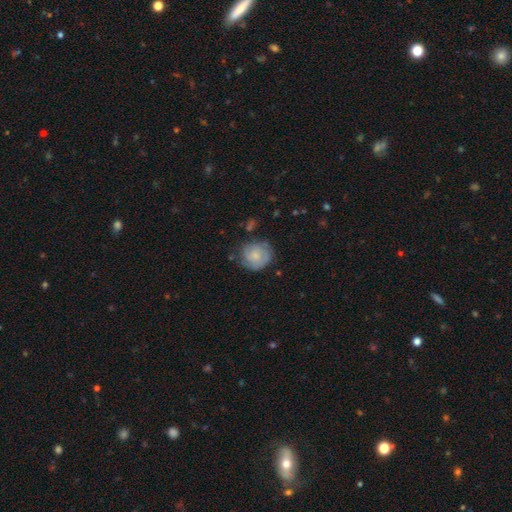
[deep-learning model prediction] smooth 52%, featured or disk 41%, star or artifact 7%. Down the decision tree: how rounded — round (83%); merging — none (67%).